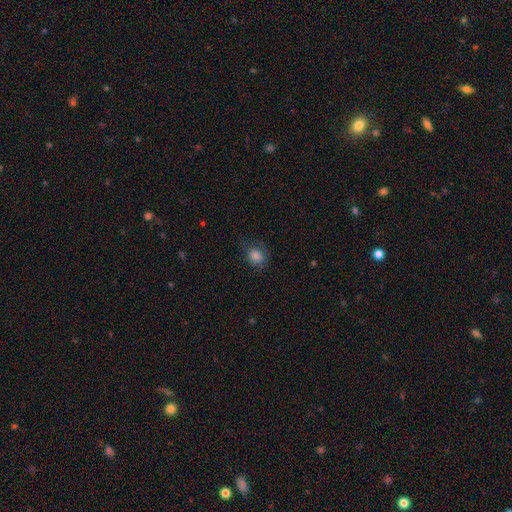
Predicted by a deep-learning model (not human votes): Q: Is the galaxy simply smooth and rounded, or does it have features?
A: smooth — 81%.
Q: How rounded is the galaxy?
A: round — 64%.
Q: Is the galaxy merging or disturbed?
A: none — 68%.